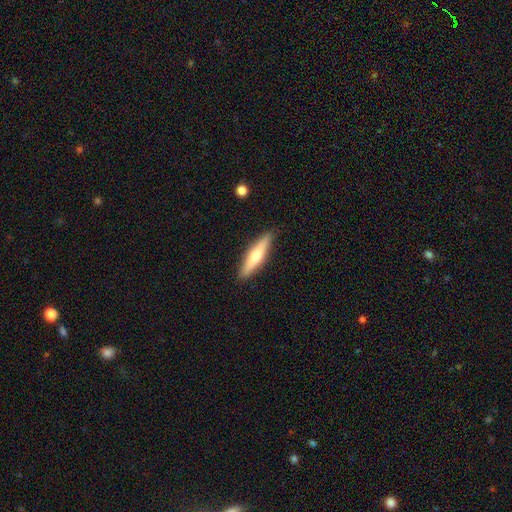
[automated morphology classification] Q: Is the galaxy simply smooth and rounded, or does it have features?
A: smooth — 49%.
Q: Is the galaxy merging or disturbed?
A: none — 90%.